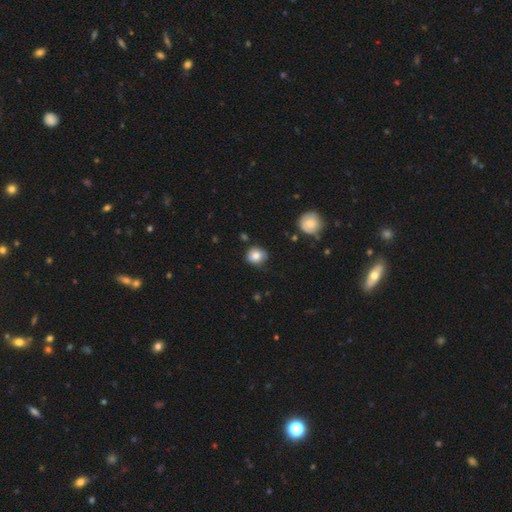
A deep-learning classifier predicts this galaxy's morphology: The model was most divided on "merging": none: 71%, minor disturbance: 22%, major disturbance: 5%, merger: 2%. More confident: how rounded — round (80%); smooth or featured — smooth (79%).